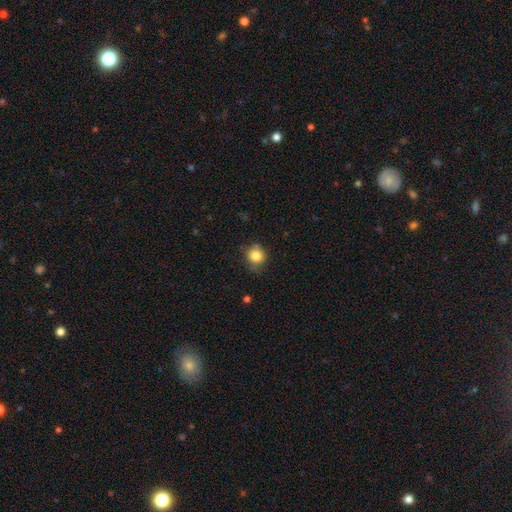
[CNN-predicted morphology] Smooth or featured? smooth (83%)
How rounded? round (86%)
Merging? none (73%)